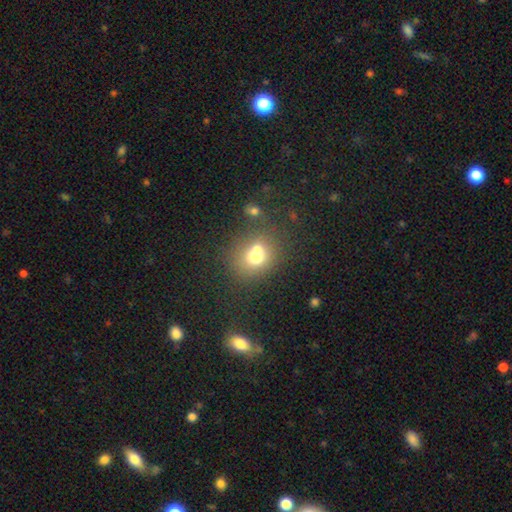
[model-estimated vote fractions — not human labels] Overall: smooth (67%). How rounded: round (69%; in between 30%). Merging: merger (45%; none 39%).